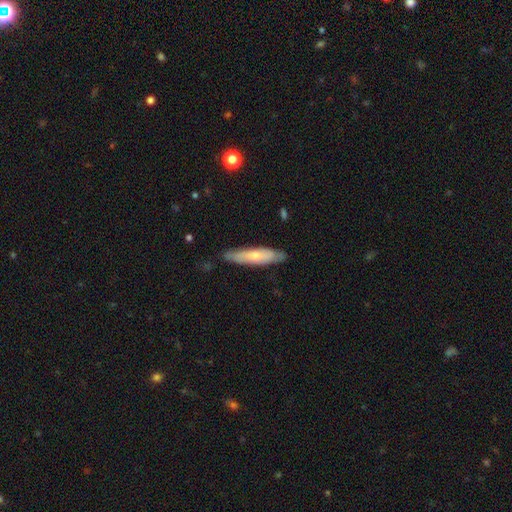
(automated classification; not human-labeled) smooth-or-featured: smooth: 56% | featured or disk: 39% | star or artifact: 6%
  how-rounded: cigar-shaped: 81% | in between: 18% | round: 1%
  merging: none: 80% | minor disturbance: 16% | major disturbance: 2% | merger: 1%